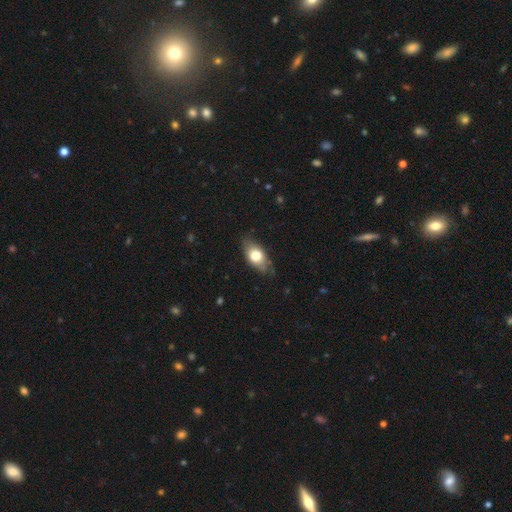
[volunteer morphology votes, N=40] Q: Smooth or featured?
A: smooth (70%); runner-up: featured or disk (22%)
Q: How rounded?
A: in between (93%); runner-up: round (7%)
Q: Merging?
A: none (78%); runner-up: minor disturbance (22%)